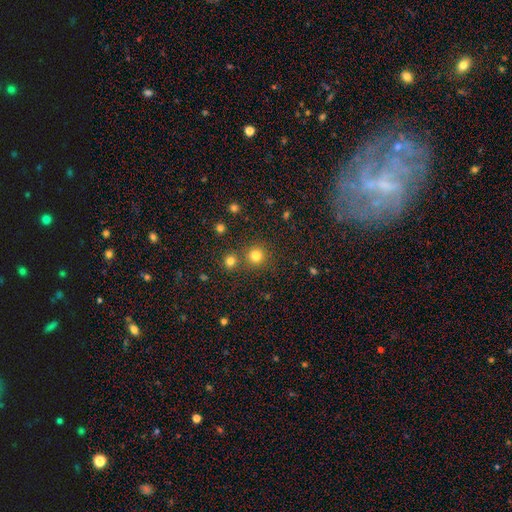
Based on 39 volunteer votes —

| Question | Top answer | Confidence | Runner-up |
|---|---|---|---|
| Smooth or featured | smooth | 90% | star or artifact (10%) |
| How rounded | round | 100% | — |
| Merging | none | 77% | merger (20%) |